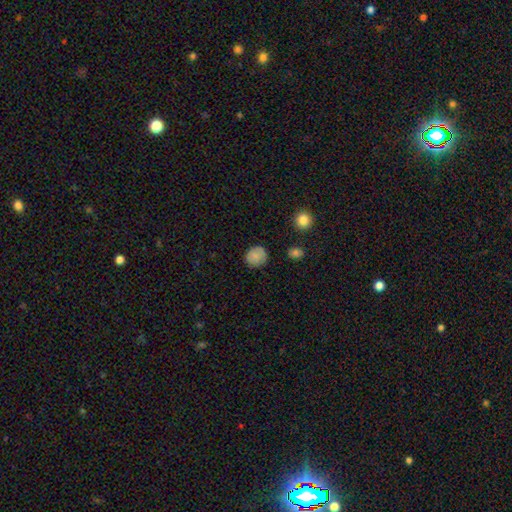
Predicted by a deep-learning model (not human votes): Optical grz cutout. It shows a smooth galaxy with no disk features (82%) that is round (80%). Merging: none (81%).